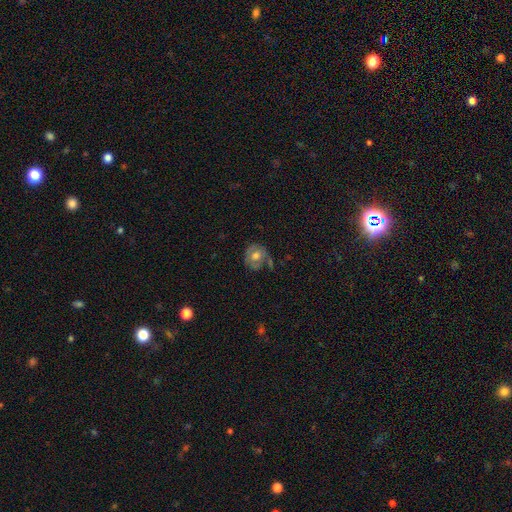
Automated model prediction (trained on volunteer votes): Overall: smooth (47%; featured or disk 45%). Merging: none (63%).